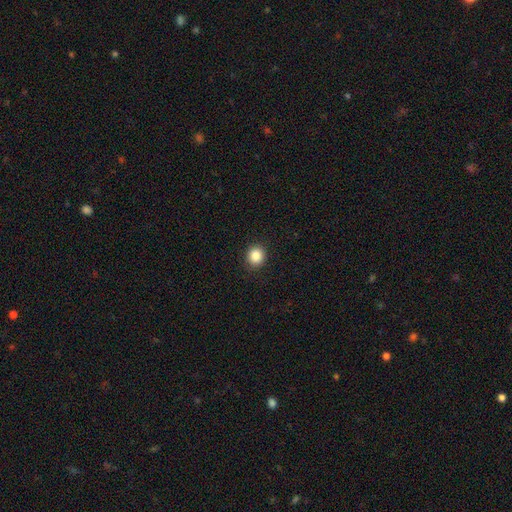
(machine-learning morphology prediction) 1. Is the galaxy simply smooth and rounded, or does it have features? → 86% smooth, 10% star or artifact, 4% featured or disk.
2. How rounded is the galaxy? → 85% round, 14% in between, 1% cigar-shaped.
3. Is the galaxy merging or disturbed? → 91% none, 6% minor disturbance, 2% major disturbance, 1% merger.